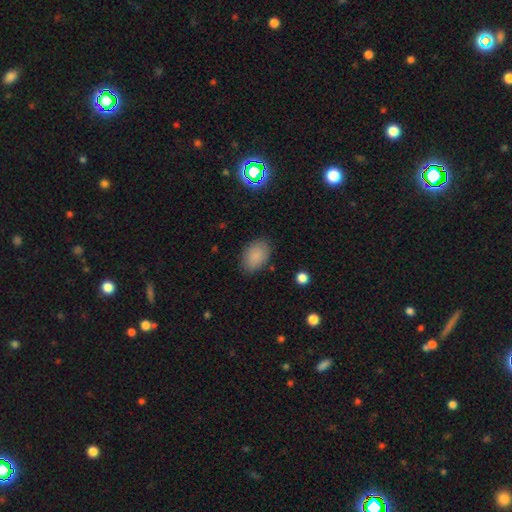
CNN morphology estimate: Overall: smooth (86%). How rounded: in between (86%). Merging: none (83%).